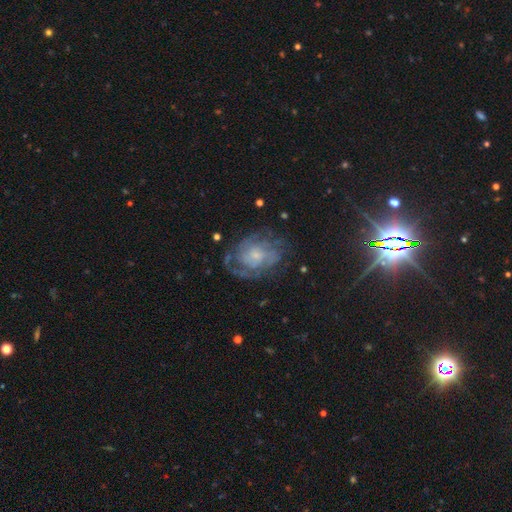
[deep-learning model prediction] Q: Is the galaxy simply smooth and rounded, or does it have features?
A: featured or disk — 74%.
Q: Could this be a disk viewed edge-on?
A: no — 97%.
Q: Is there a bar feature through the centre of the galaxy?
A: no — 73%.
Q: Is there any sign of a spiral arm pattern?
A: yes — 82%.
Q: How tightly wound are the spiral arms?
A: tight — 51%.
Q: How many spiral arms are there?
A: can't tell — 50%.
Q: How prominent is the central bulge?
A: small — 61%.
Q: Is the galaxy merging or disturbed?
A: none — 62%.